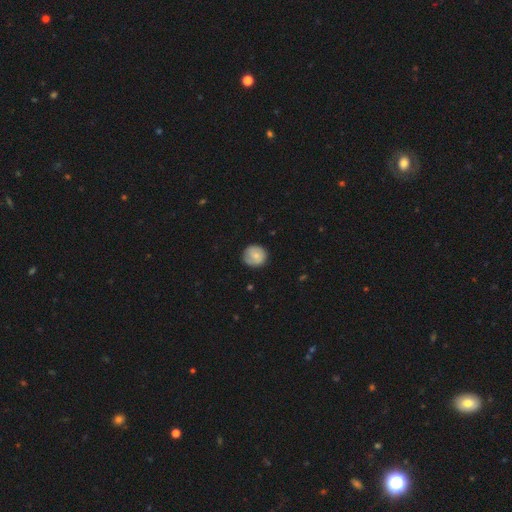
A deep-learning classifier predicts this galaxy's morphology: The model was most divided on "smooth or featured": smooth: 72%, featured or disk: 21%, star or artifact: 7%. More confident: how rounded — round (91%); merging — none (82%).